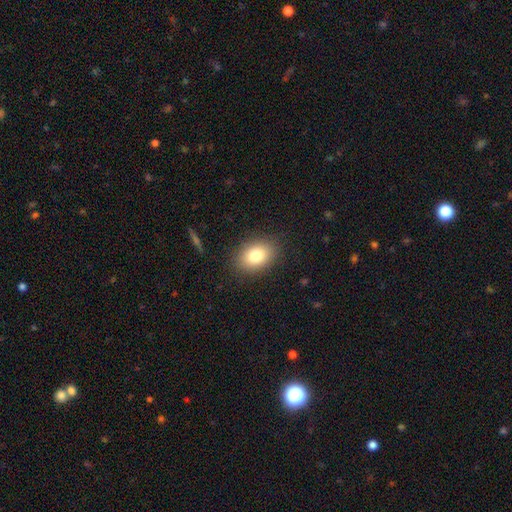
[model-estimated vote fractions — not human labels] Overall: smooth (80%). How rounded: in between (76%). Merging: none (86%).